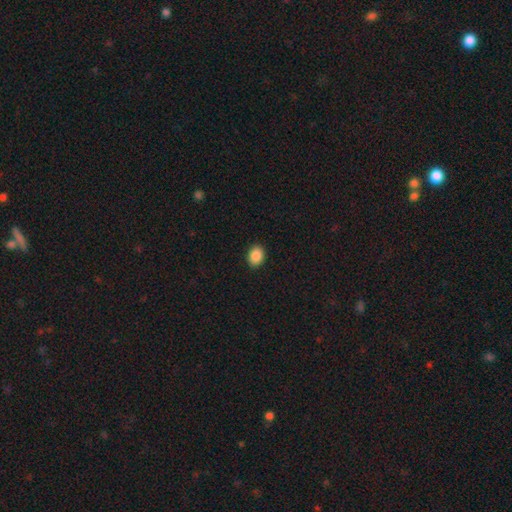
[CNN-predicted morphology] This appears to be a smooth galaxy with no disk features (89%) that is in between round and cigar-shaped (64%). Merging: none (91%).